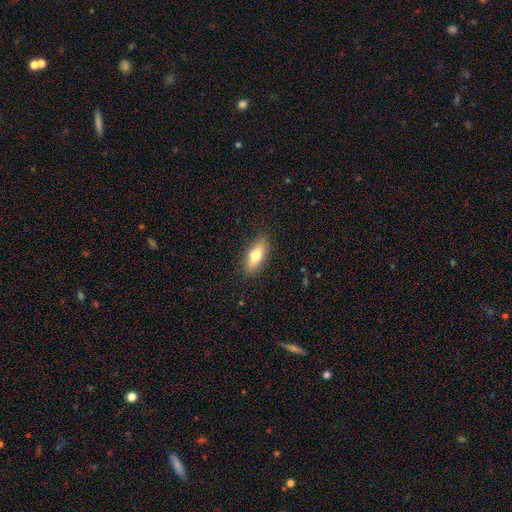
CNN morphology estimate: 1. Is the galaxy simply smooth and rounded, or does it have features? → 72% smooth, 21% featured or disk, 7% star or artifact.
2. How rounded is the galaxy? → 70% in between, 26% cigar-shaped, 3% round.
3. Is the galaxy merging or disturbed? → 88% none, 9% minor disturbance, 2% major disturbance, 1% merger.